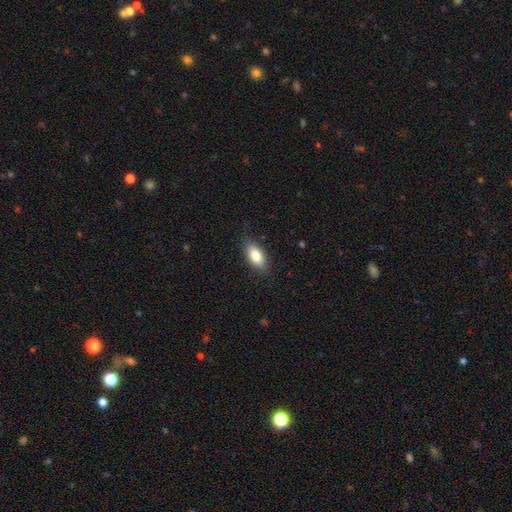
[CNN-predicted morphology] Smooth or featured? smooth (83%)
How rounded? in between (87%)
Merging? none (84%)